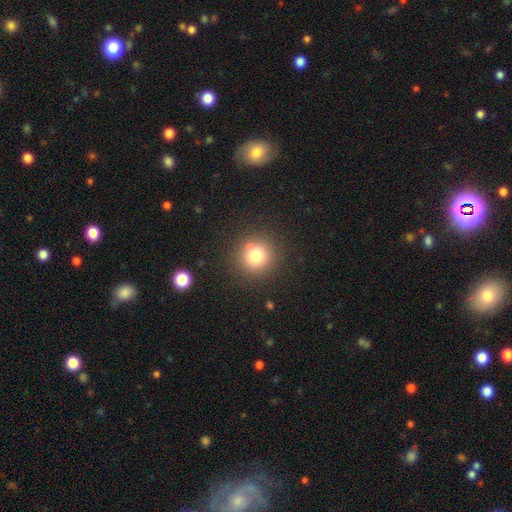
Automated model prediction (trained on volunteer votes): Smooth or featured: smooth — 77% (star or artifact — 14%)
How rounded: round — 94% (in between — 5%)
Merging: none — 84% (minor disturbance — 8%)